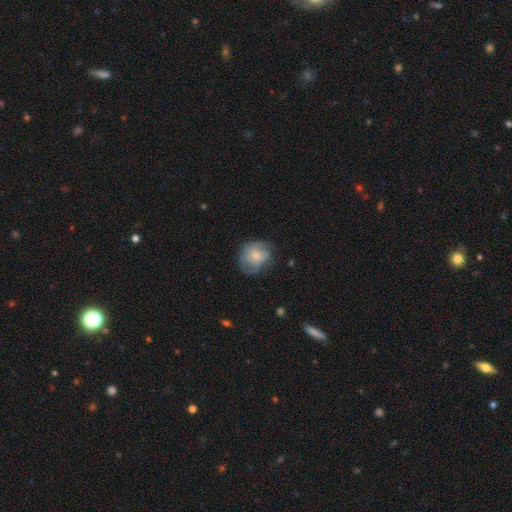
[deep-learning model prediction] This is possibly a featured or disk galaxy (51%). It is clearly not viewed edge-on (97%). Merging: likely none (61%).